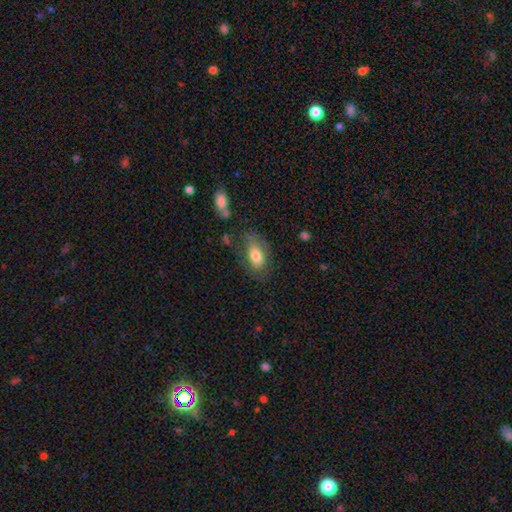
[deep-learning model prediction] Q: Smooth or featured?
A: smooth (73%); runner-up: featured or disk (21%)
Q: How rounded?
A: in between (89%); runner-up: round (5%)
Q: Merging?
A: none (65%); runner-up: minor disturbance (22%)